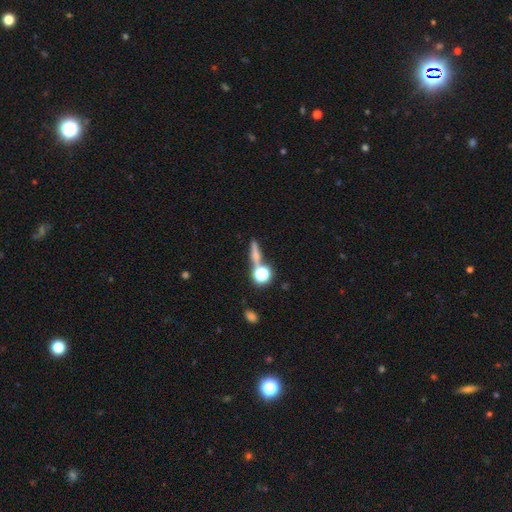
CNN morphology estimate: Smooth or featured? smooth (55%)
How rounded? cigar-shaped (56%)
Merging? none (66%)